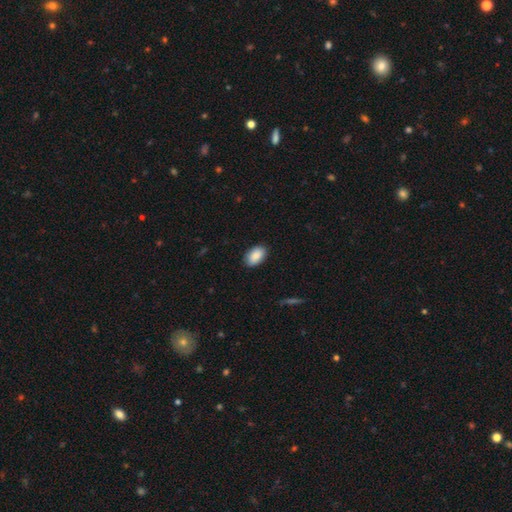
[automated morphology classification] This is clearly a smooth galaxy (88%). How rounded: clearly in between (93%). Merging: clearly none (88%).